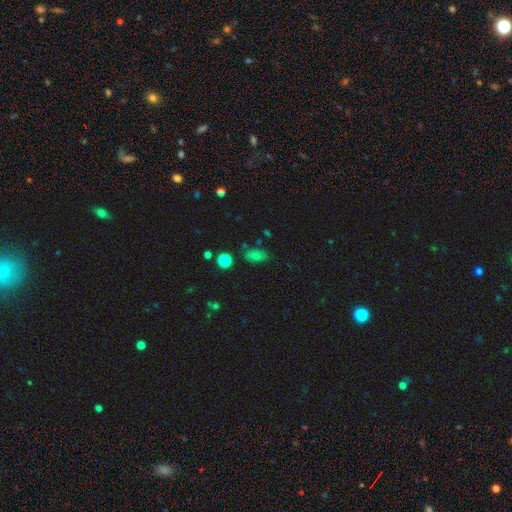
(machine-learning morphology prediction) A smooth galaxy with no disk features (74%) that is in between round and cigar-shaped (84%). Merging: none (74%).